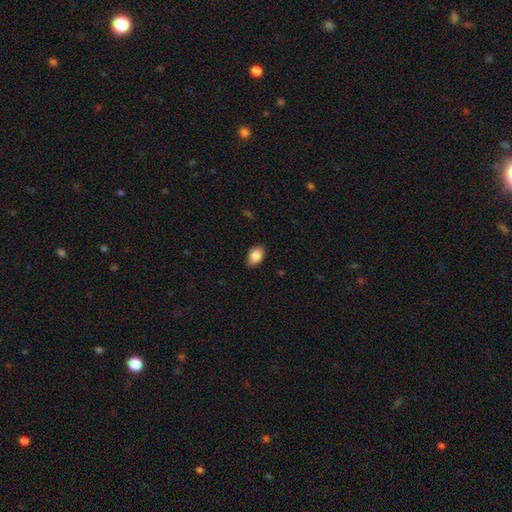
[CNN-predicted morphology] Smooth or featured? smooth (86%)
How rounded? in between (87%)
Merging? none (86%)